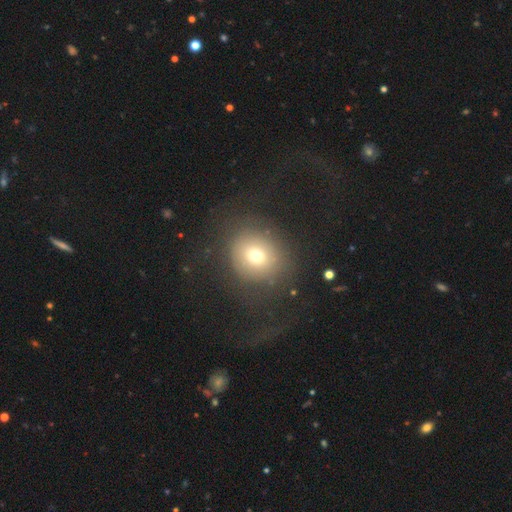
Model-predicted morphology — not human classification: smooth_or_featured: smooth (p=0.67) [alt: featured or disk p=0.19]
how_rounded: round (p=0.80) [alt: in between p=0.19]
merging: none (p=0.65) [alt: major disturbance p=0.21]